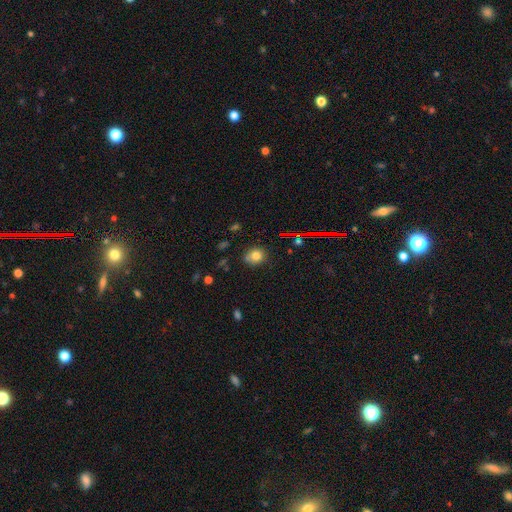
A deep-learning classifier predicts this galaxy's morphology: Smooth or featured: smooth — 77% (star or artifact — 14%)
How rounded: round — 77% (in between — 22%)
Merging: none — 70% (minor disturbance — 19%)